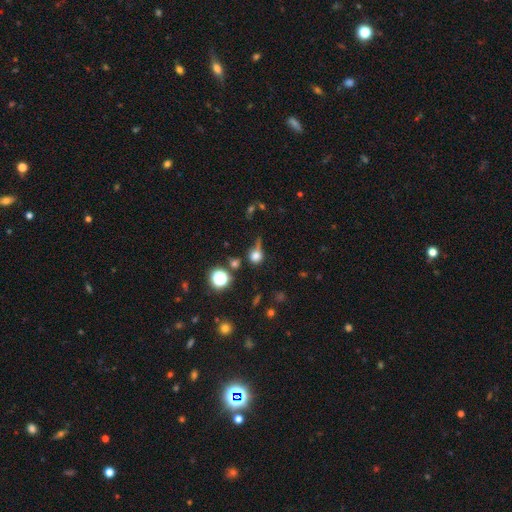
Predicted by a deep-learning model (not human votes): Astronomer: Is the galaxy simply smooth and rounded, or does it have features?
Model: smooth — 71%.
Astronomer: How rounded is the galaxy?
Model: round — 83%.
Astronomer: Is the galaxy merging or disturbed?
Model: none — 45% (runner-up: minor disturbance, 25%).